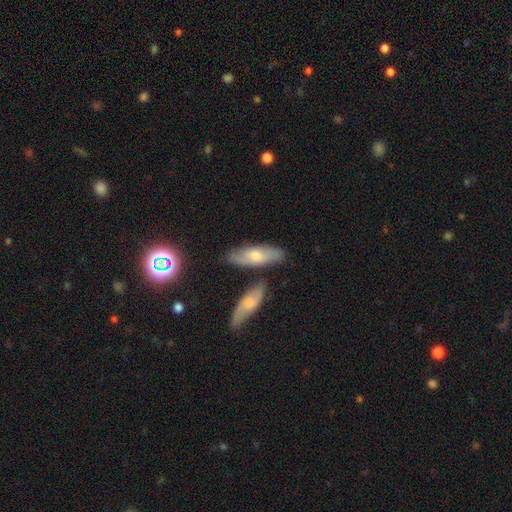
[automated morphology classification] smooth 55%, featured or disk 36%, star or artifact 9%. Down the decision tree: how rounded — in between (63%); merging — none (74%).